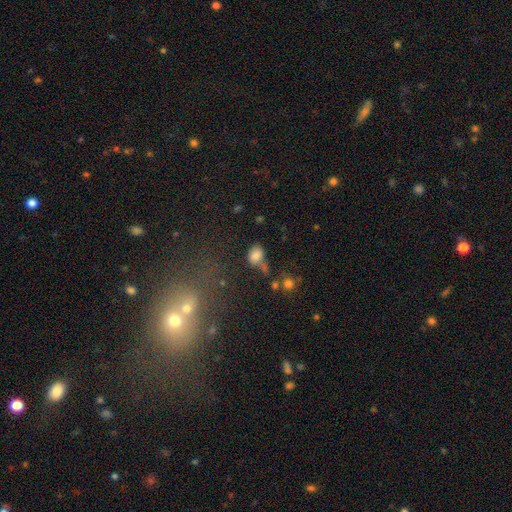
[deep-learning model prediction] This is likely a smooth galaxy (78%). How rounded: likely in between (67%). Merging: possibly none (45%).